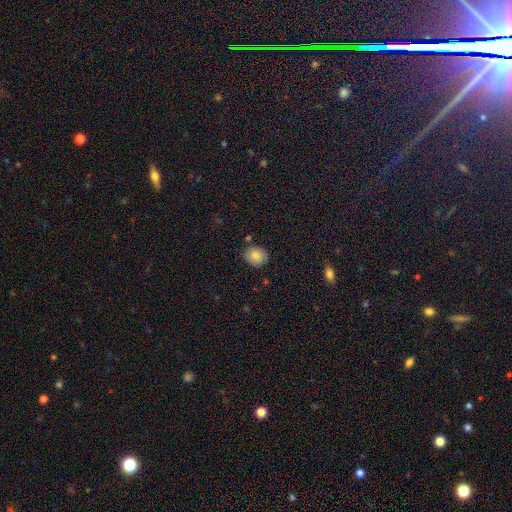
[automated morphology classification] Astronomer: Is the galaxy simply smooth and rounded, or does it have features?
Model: smooth — 85%.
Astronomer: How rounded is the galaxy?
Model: round — 79%.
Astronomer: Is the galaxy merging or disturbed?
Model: none — 83%.